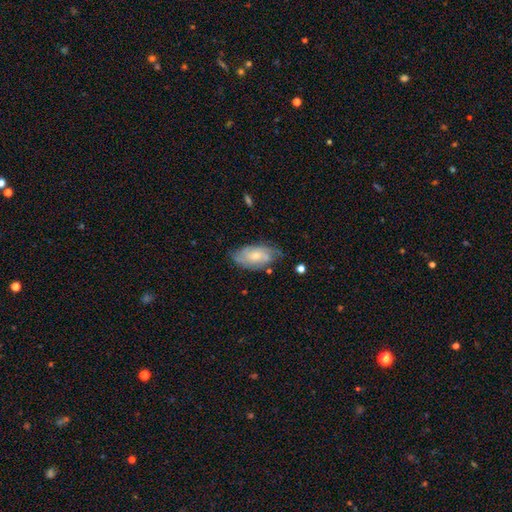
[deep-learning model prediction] This appears to be a featured or disk galaxy (56%) with no bar (74%), spiral arms (81%) and a small central bulge (52%). Merging: none (63%).